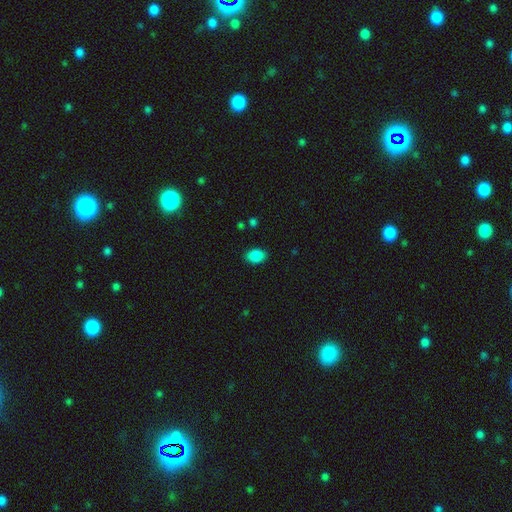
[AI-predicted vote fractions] smooth 87%, star or artifact 8%, featured or disk 4%. Down the decision tree: how rounded — in between (81%); merging — none (87%).